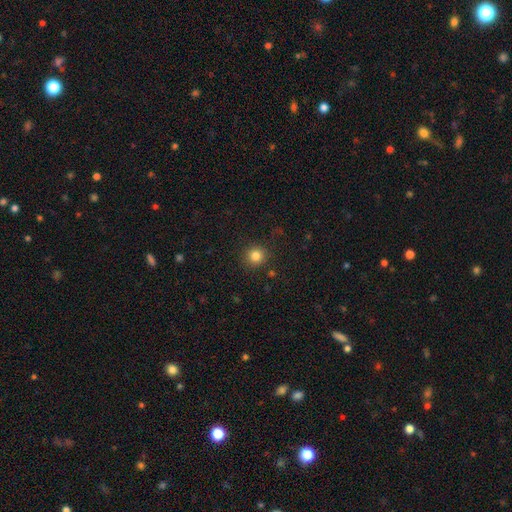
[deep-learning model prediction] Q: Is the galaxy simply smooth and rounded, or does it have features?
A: smooth — 83%.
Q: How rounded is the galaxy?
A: round — 92%.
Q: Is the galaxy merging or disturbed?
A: none — 90%.